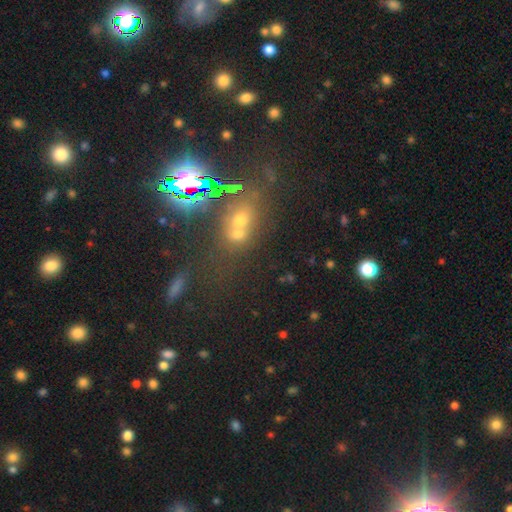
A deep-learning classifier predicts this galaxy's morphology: A star or artifact, not a galaxy (57%).

Vote fractions:
- Smooth or featured? star or artifact: 57% / smooth: 30% / featured or disk: 12%